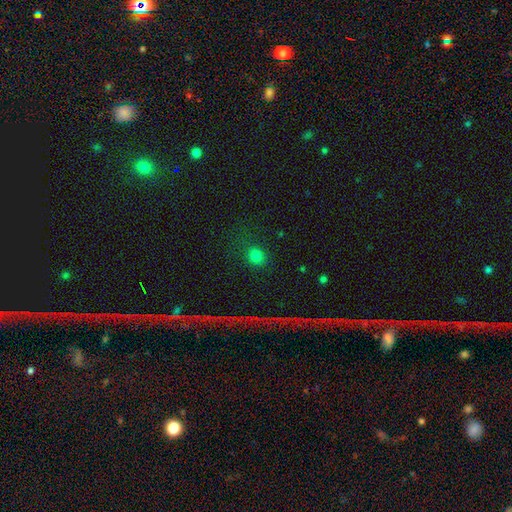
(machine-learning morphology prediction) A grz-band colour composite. It shows a smooth galaxy with no disk features (78%) that is round (73%). Merging: none (82%).